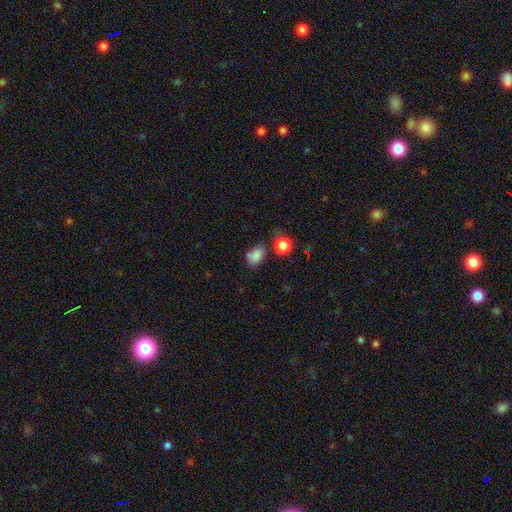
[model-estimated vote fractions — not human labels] This appears to be a smooth galaxy with no disk features (81%) that is in between round and cigar-shaped (68%). Merging: none (56%).